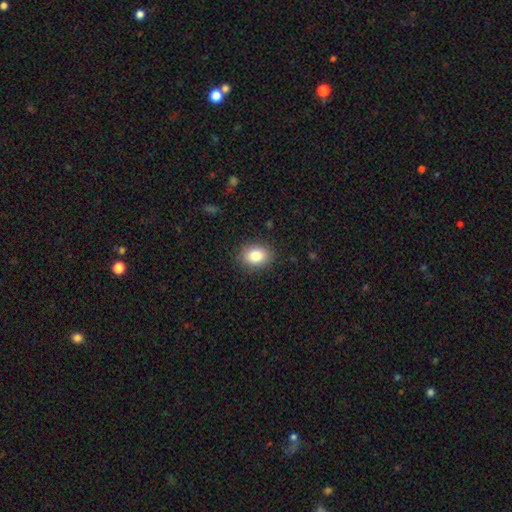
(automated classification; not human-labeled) Smooth or featured? Predicted: smooth (p=0.84). How rounded? Predicted: in between (p=0.60). Merging? Predicted: none (p=0.87).